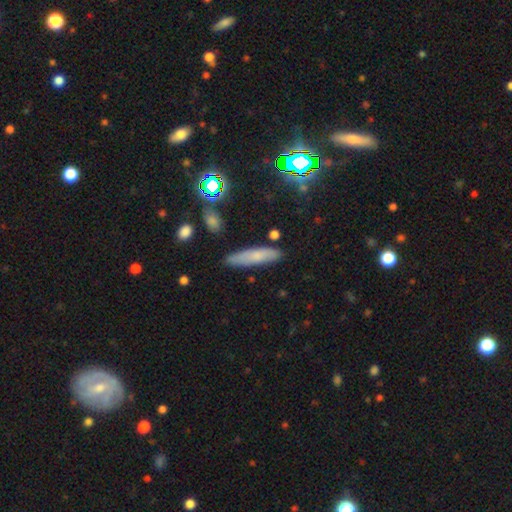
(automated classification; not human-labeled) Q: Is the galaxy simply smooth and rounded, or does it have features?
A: smooth — 67%.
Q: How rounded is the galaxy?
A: cigar-shaped — 76%.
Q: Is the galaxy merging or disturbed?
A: none — 81%.